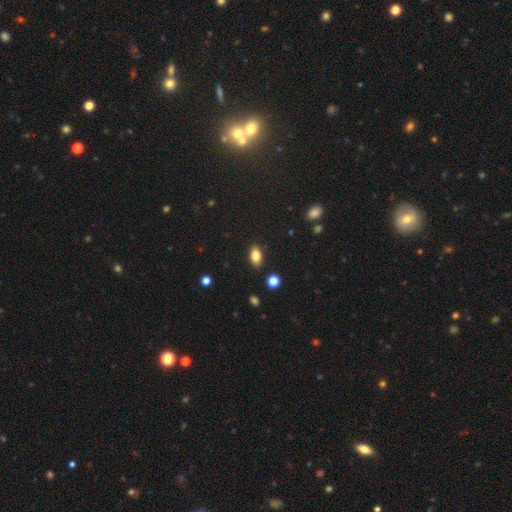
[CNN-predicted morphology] Smooth or featured: smooth — 82% (star or artifact — 9%)
How rounded: in between — 88% (round — 8%)
Merging: none — 87% (minor disturbance — 9%)